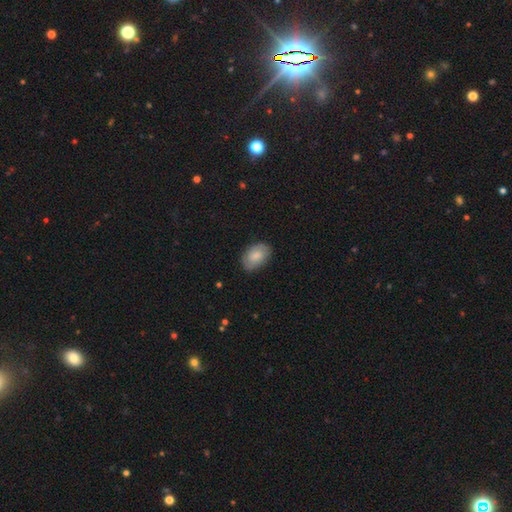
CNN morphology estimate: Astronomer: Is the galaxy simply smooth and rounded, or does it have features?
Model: smooth — 78%.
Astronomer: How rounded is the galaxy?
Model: in between — 89%.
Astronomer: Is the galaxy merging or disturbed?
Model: none — 83%.